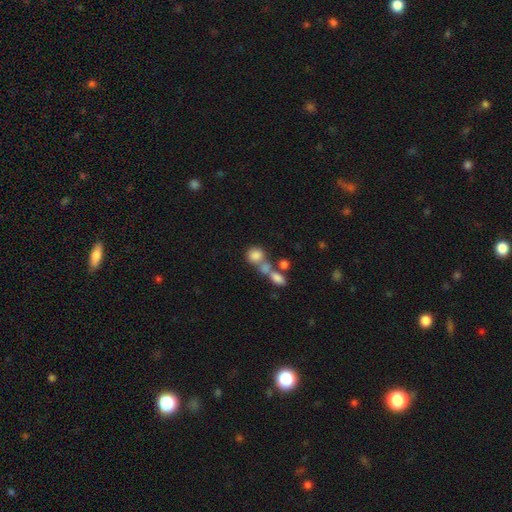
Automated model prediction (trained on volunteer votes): smooth 78%, featured or disk 12%, star or artifact 10%. Down the decision tree: how rounded — round (64%); merging — merger (50%).